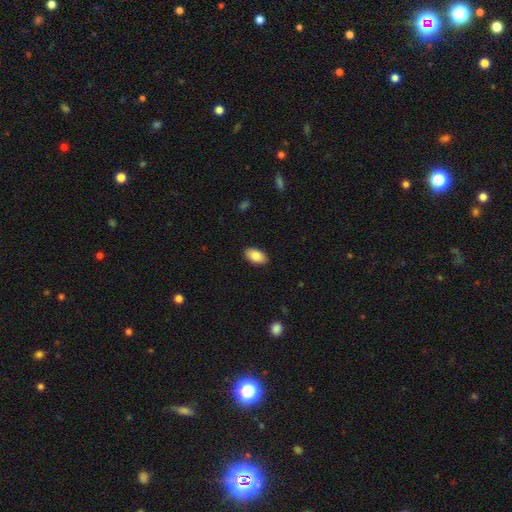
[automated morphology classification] Overall: smooth (86%). How rounded: in between (94%). Merging: none (89%).